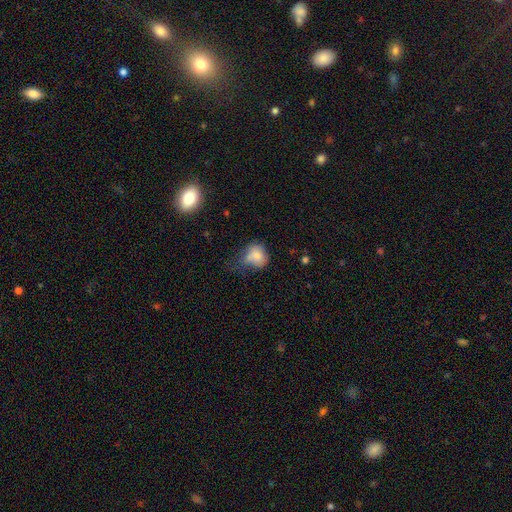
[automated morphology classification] smooth-or-featured: smooth: 77% | featured or disk: 13% | star or artifact: 10%
  how-rounded: round: 60% | in between: 39% | cigar-shaped: 1%
  merging: none: 34% | minor disturbance: 32% | major disturbance: 21% | merger: 12%